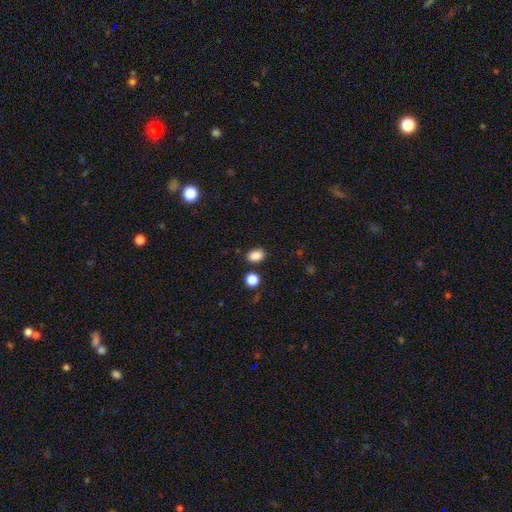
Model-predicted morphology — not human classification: This is clearly a smooth galaxy (87%). How rounded: likely in between (73%). Merging: clearly none (83%).